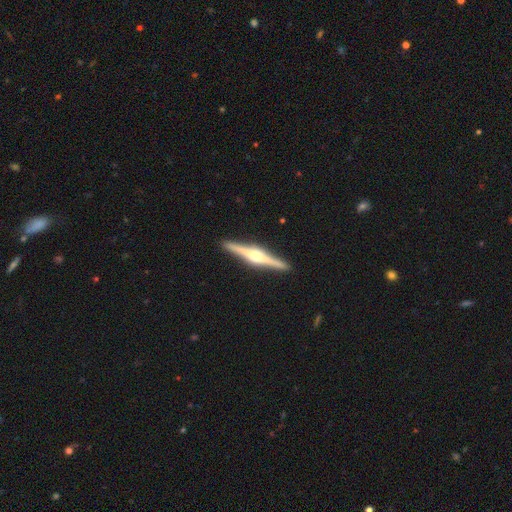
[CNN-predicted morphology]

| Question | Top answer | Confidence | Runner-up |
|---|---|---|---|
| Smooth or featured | featured or disk | 84% | smooth (12%) |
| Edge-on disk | yes | 98% | no (2%) |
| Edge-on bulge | rounded | 86% | boxy (11%) |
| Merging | none | 92% | minor disturbance (6%) |